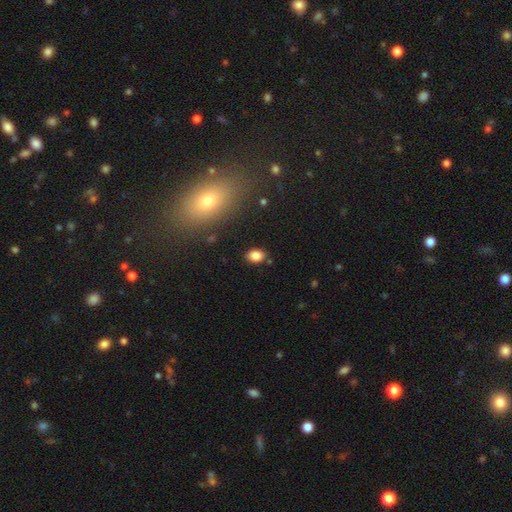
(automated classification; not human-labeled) Smooth or featured: smooth — 85% (star or artifact — 10%)
How rounded: in between — 71% (round — 27%)
Merging: none — 85% (minor disturbance — 10%)